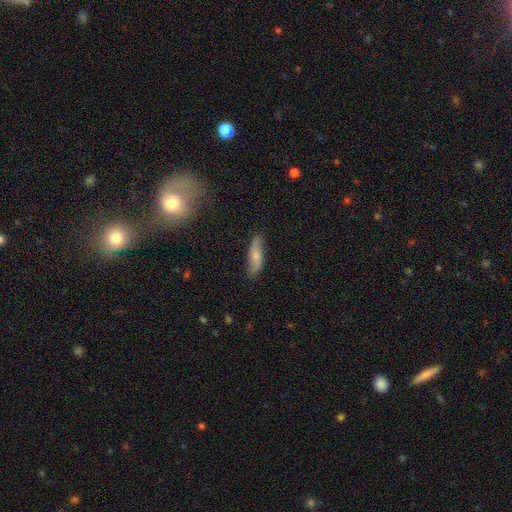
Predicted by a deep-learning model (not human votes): smooth-or-featured: smooth: 64% | featured or disk: 30% | star or artifact: 6%
  how-rounded: in between: 49% | cigar-shaped: 48% | round: 3%
  merging: none: 83% | minor disturbance: 14% | major disturbance: 2% | merger: 1%